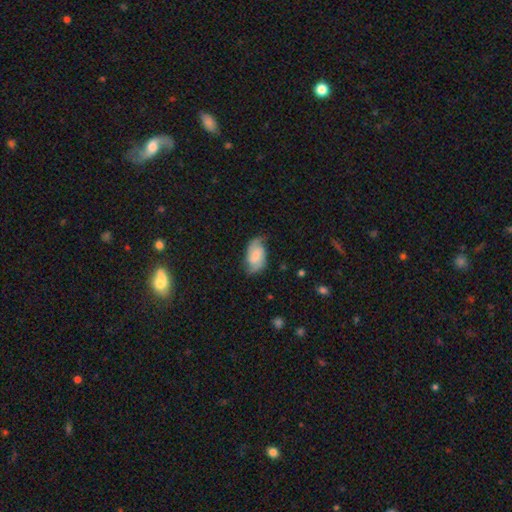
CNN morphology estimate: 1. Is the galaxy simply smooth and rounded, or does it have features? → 56% featured or disk, 37% smooth, 8% star or artifact.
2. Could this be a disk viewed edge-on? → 96% no, 4% yes.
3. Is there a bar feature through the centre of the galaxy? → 52% no, 37% weak, 12% strong.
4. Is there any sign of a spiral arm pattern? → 91% yes, 9% no.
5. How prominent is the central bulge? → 37% none, 30% small, 19% moderate, 10% large, 4% dominant.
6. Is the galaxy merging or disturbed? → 65% none, 25% minor disturbance, 9% major disturbance, 2% merger.